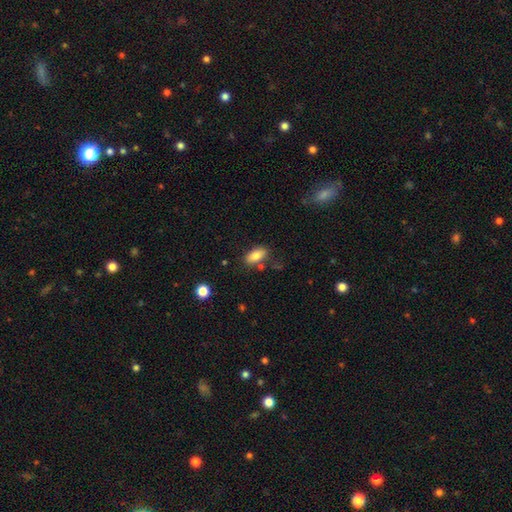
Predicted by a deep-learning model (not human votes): This appears to be a smooth galaxy with no disk features (82%) that is in between round and cigar-shaped (88%). Merging: none (77%).